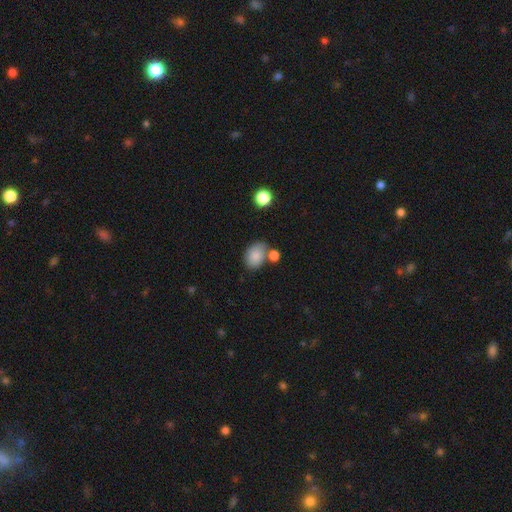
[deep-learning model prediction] Smooth or featured? Predicted: smooth (p=0.84). How rounded? Predicted: in between (p=0.72). Merging? Predicted: none (p=0.57).